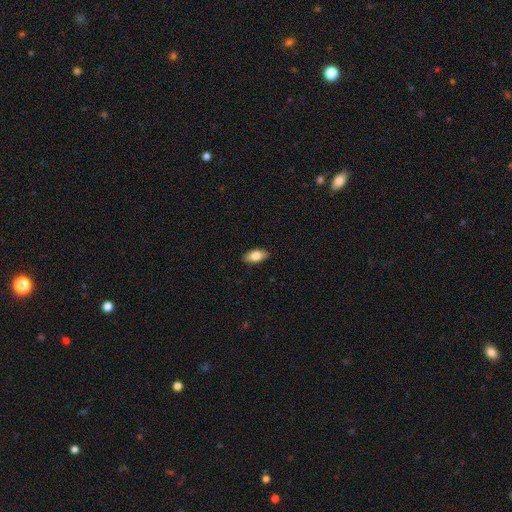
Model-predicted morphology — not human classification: smooth-or-featured: smooth: 81% | featured or disk: 12% | star or artifact: 6%
  how-rounded: in between: 89% | cigar-shaped: 8% | round: 3%
  merging: none: 89% | minor disturbance: 8% | major disturbance: 2% | merger: 1%